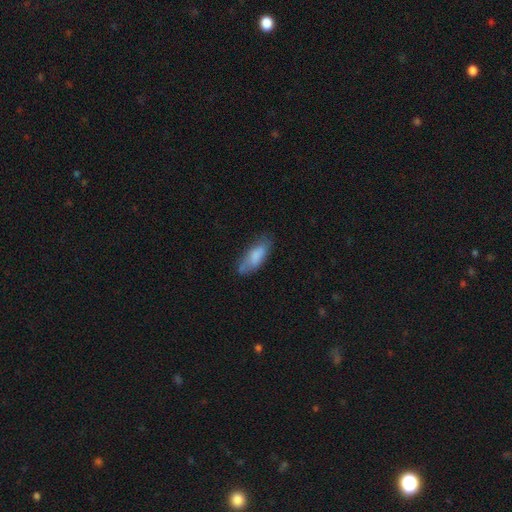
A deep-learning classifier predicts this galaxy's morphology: Smooth or featured? smooth (77%)
How rounded? in between (76%)
Merging? none (61%)